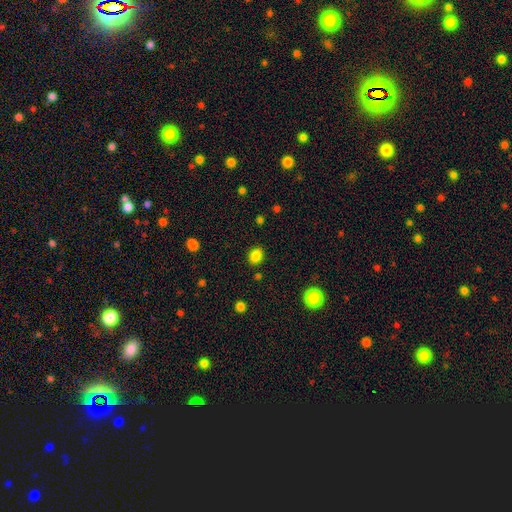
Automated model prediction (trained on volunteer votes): Smooth or featured? Predicted: smooth (p=0.85). How rounded? Predicted: round (p=0.55). Merging? Predicted: none (p=0.87).